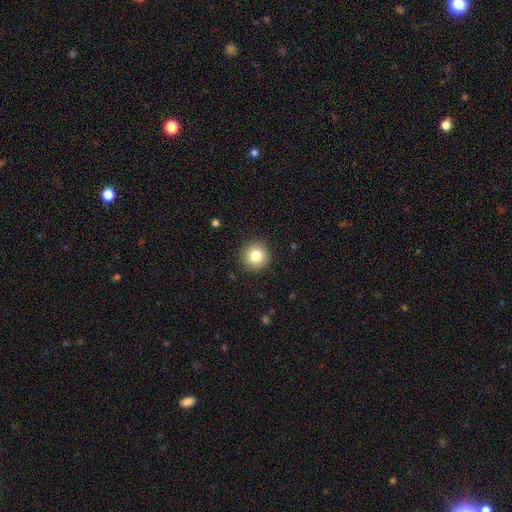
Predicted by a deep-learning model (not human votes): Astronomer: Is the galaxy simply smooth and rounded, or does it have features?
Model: smooth — 82%.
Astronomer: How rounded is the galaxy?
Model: round — 95%.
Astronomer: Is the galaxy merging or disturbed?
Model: none — 92%.